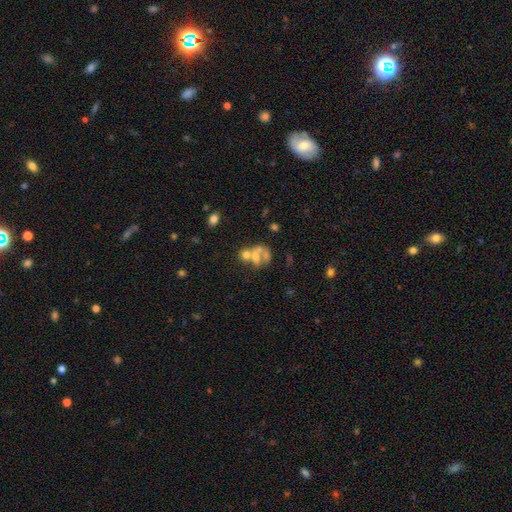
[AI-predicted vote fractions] Smooth or featured? Predicted: smooth (p=0.45). Merging? Predicted: merger (p=0.53).